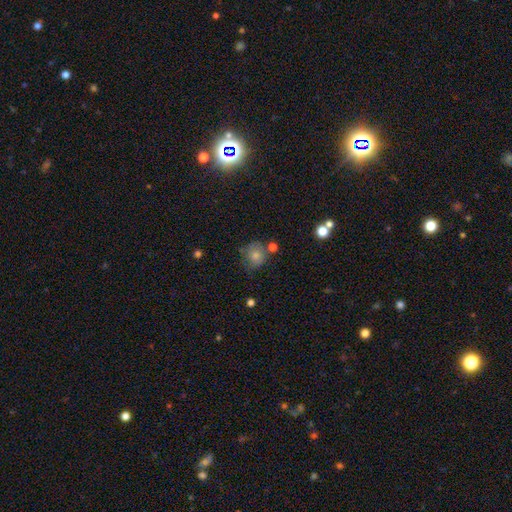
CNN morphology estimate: A smooth galaxy with no disk features (69%) that is round (83%). Merging: none (64%).